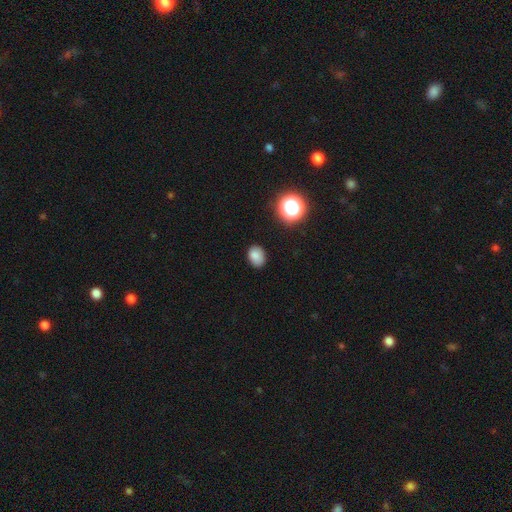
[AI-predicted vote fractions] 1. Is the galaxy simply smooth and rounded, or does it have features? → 81% smooth, 13% star or artifact, 6% featured or disk.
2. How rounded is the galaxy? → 67% in between, 32% round, 1% cigar-shaped.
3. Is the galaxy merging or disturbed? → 83% none, 13% minor disturbance, 3% major disturbance, 1% merger.